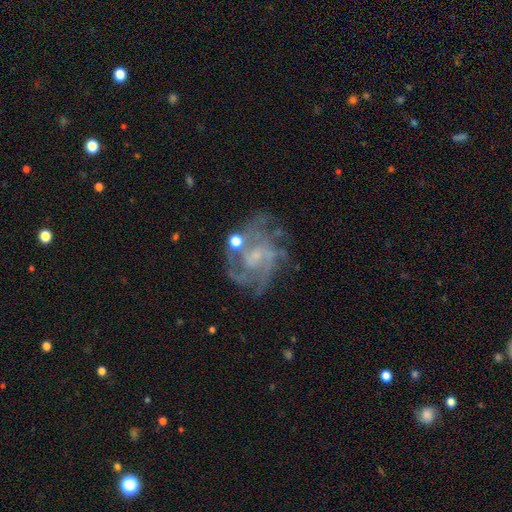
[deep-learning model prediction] This appears to be a featured or disk galaxy (80%) with no bar (53%), medium (44%) spiral arms (88%) and a small central bulge (54%). Merging: none (56%).